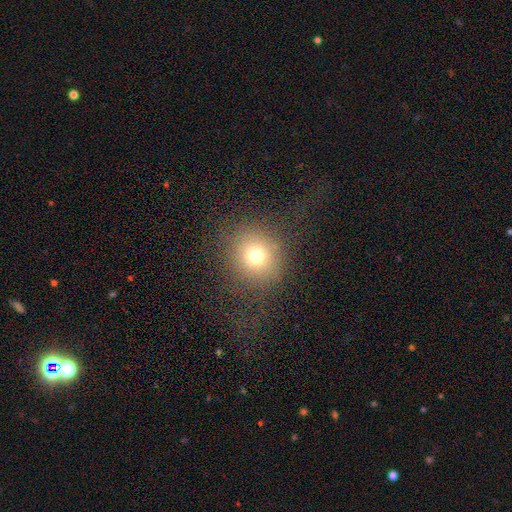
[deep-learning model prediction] A smooth galaxy with no disk features (72%) that is round (87%). Merging: none (75%).